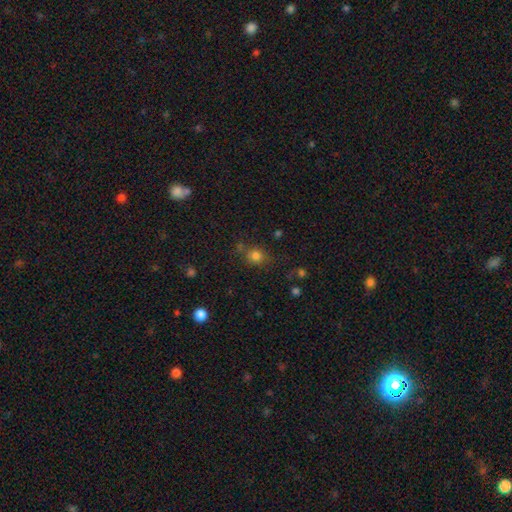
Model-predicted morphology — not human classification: smooth-or-featured: smooth: 78% | star or artifact: 15% | featured or disk: 7%
  how-rounded: round: 78% | in between: 21% | cigar-shaped: 1%
  merging: none: 73% | minor disturbance: 14% | merger: 8% | major disturbance: 5%